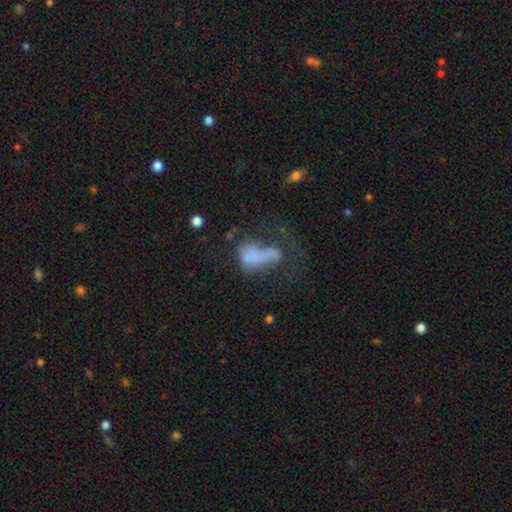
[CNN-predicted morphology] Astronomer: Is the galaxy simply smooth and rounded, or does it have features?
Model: smooth — 48% (runner-up: featured or disk, 37%).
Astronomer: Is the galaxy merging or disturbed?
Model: major disturbance — 47% (runner-up: merger, 25%).